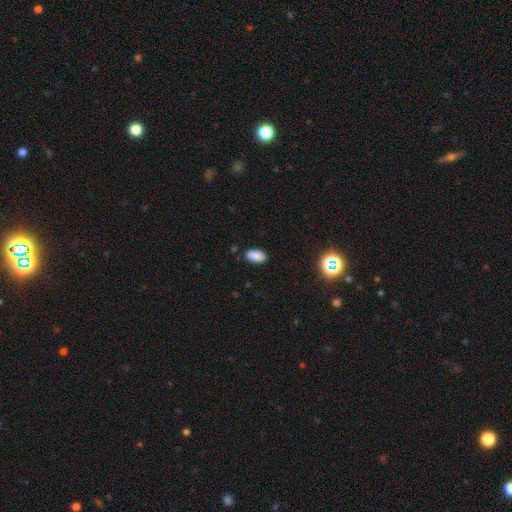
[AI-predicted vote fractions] The model was most divided on "merging": none: 86%, minor disturbance: 10%, major disturbance: 2%, merger: 1%. More confident: how rounded — in between (94%); smooth or featured — smooth (86%).